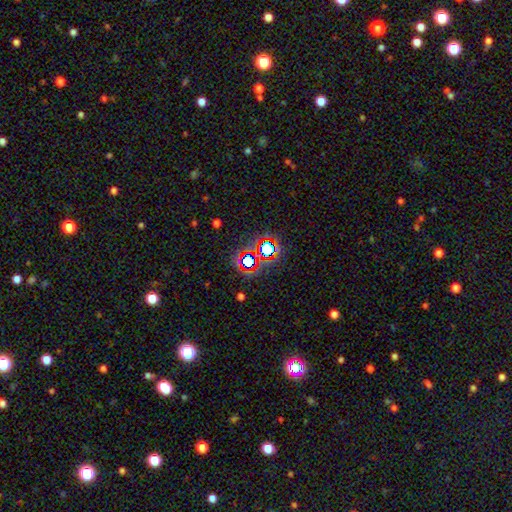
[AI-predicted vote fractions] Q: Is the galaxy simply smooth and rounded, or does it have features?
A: star or artifact — 74%.